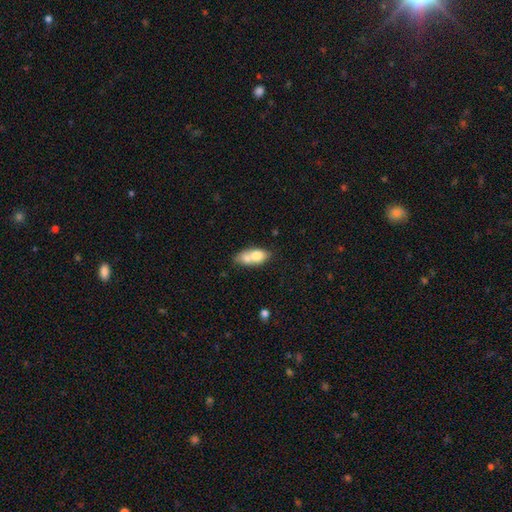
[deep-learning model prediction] Q: Smooth or featured?
A: smooth (69%); runner-up: featured or disk (23%)
Q: How rounded?
A: in between (77%); runner-up: round (13%)
Q: Merging?
A: merger (54%); runner-up: none (28%)